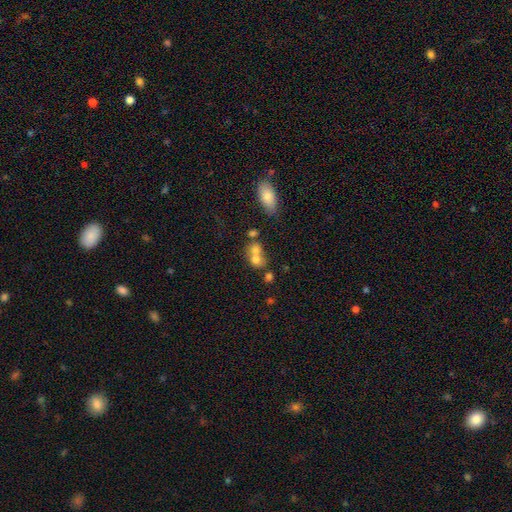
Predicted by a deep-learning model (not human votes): smooth_or_featured: smooth (p=0.70) [alt: featured or disk p=0.17]
how_rounded: round (p=0.61) [alt: in between p=0.37]
merging: merger (p=0.62) [alt: none p=0.28]